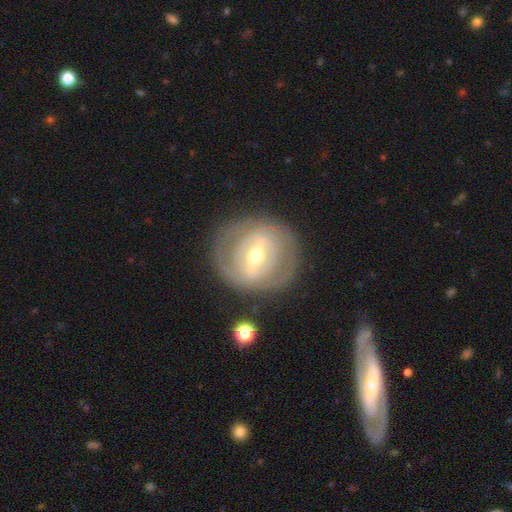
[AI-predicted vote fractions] Smooth or featured: featured or disk — 78% (smooth — 16%)
Edge-on disk: no — 94% (yes — 6%)
Bar: strong — 54% (weak — 35%)
Spiral arms: yes — 57% (no — 43%)
Bulge size: moderate — 61% (small — 33%)
Merging: none — 79% (minor disturbance — 13%)